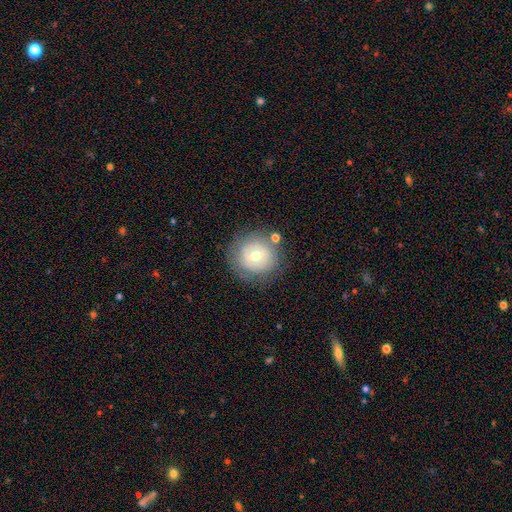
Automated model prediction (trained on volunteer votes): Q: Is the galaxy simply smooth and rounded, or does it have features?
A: featured or disk — 46%.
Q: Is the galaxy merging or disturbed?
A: none — 78%.